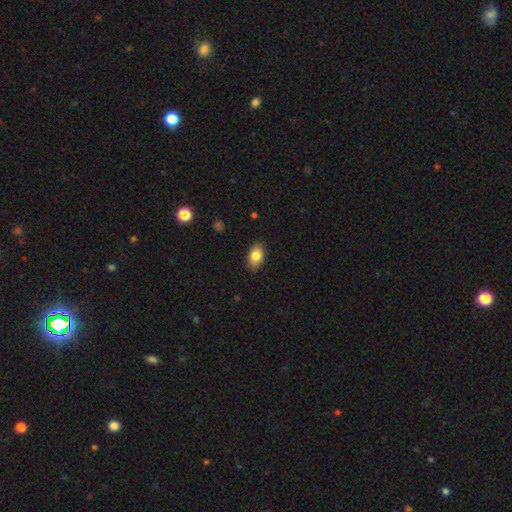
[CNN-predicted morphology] smooth_or_featured: smooth (p=0.83) [alt: featured or disk p=0.09]
how_rounded: in between (p=0.88) [alt: round p=0.10]
merging: none (p=0.88) [alt: minor disturbance p=0.09]